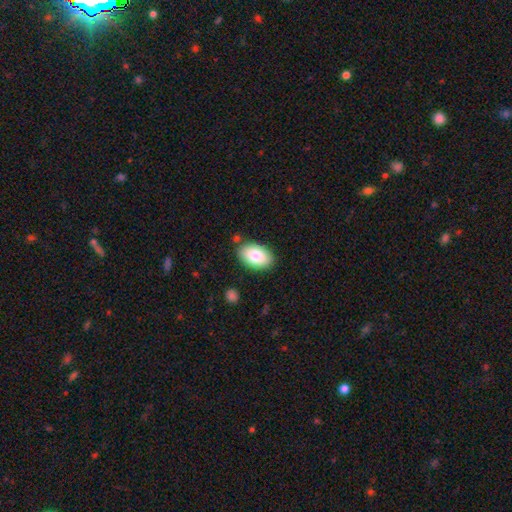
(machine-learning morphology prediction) smooth 83%, featured or disk 11%, star or artifact 7%. Down the decision tree: how rounded — in between (93%); merging — none (84%).